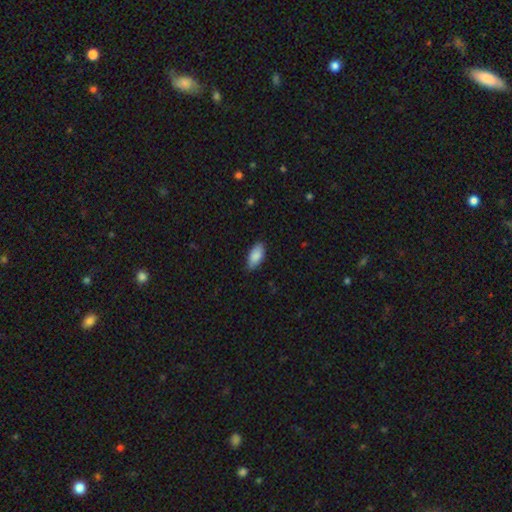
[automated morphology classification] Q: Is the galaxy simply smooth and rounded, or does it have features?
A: smooth — 88%.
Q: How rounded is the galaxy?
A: in between — 91%.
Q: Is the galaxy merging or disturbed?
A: none — 83%.